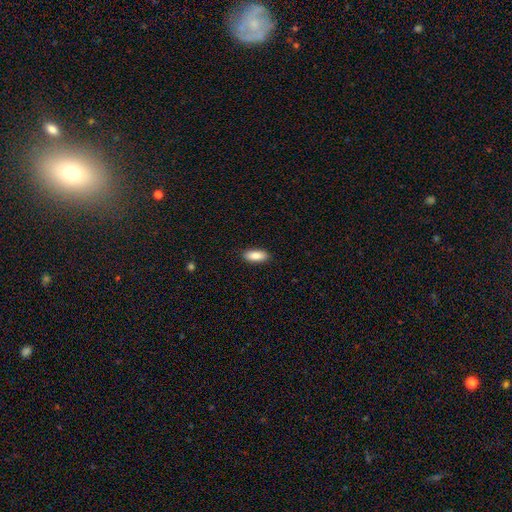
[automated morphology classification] Smooth or featured?
  - smooth: 88% *
  - star or artifact: 6%
  - featured or disk: 6%
How rounded?
  - in between: 84% *
  - cigar-shaped: 14%
  - round: 2%
Merging?
  - none: 89% *
  - minor disturbance: 8%
  - major disturbance: 2%
  - merger: 1%